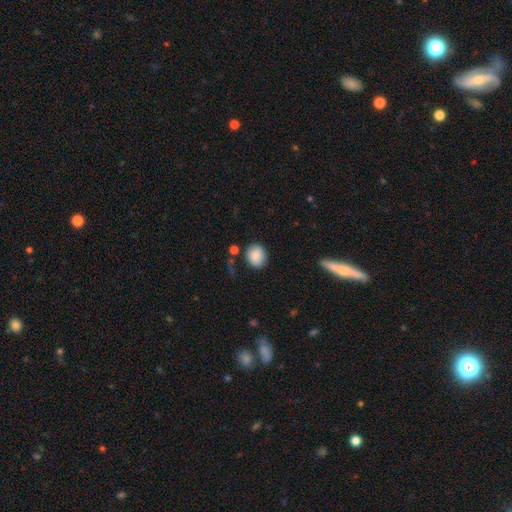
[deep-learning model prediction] A smooth galaxy with no disk features (86%) that is round (69%).

Vote fractions:
- Smooth or featured? smooth: 86% / star or artifact: 8% / featured or disk: 6%
- How rounded? round: 69% / in between: 30% / cigar-shaped: 1%
- Merging? none: 78% / minor disturbance: 14% / merger: 4% / major disturbance: 4%